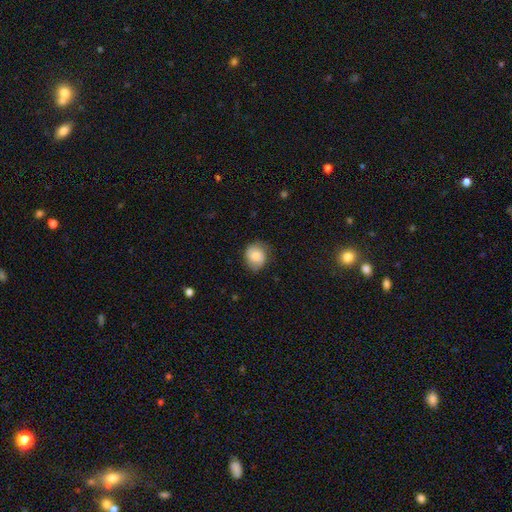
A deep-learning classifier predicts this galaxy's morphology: A smooth galaxy with no disk features (76%) that is round (70%). Merging: none (70%).